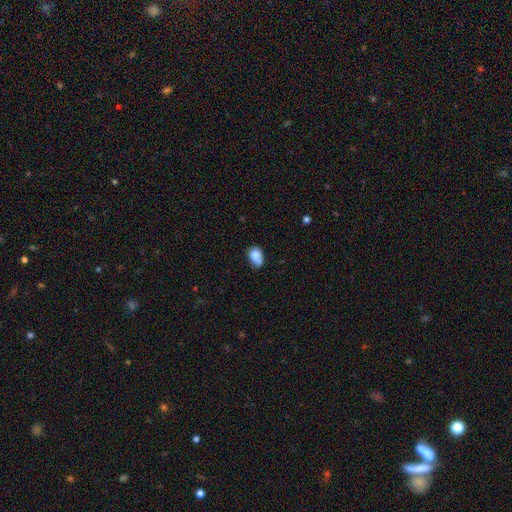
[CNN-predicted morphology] A smooth galaxy with no disk features (81%) that is in between round and cigar-shaped (73%). Merging: none (46%).